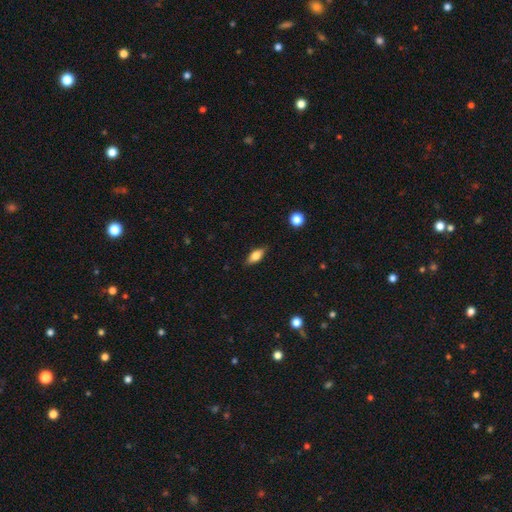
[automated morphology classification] Smooth or featured: smooth — 73% (featured or disk — 20%)
How rounded: in between — 82% (cigar-shaped — 14%)
Merging: none — 84% (minor disturbance — 12%)